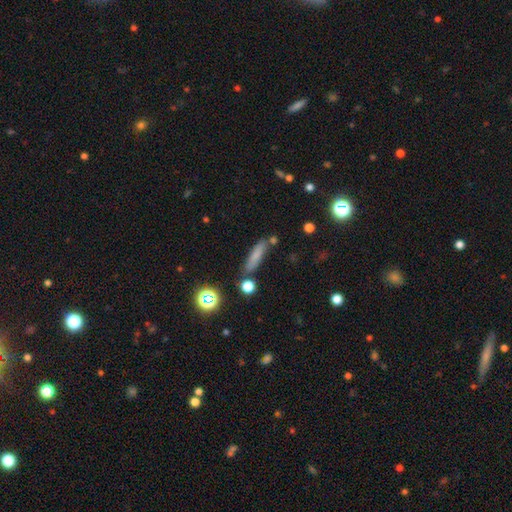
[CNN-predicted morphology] Smooth or featured?
  - smooth: 72% *
  - featured or disk: 15%
  - star or artifact: 13%
How rounded?
  - cigar-shaped: 76% *
  - in between: 20%
  - round: 4%
Merging?
  - none: 76% *
  - minor disturbance: 13%
  - merger: 7%
  - major disturbance: 4%